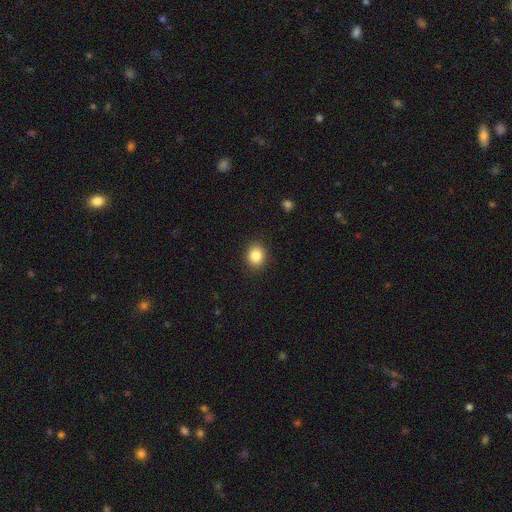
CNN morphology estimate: Smooth or featured? smooth (85%)
How rounded? round (67%)
Merging? none (89%)